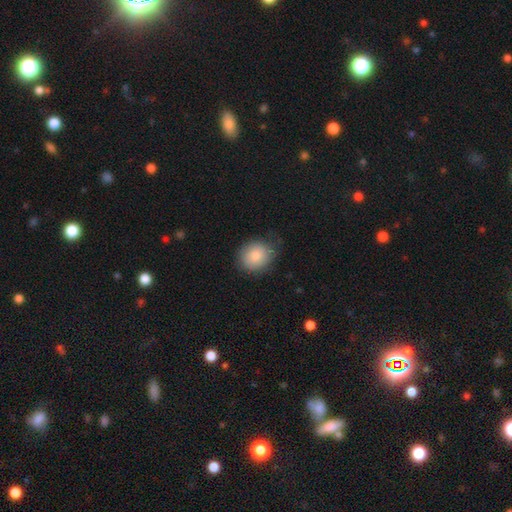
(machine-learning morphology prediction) smooth 82%, featured or disk 10%, star or artifact 8%. Down the decision tree: how rounded — round (67%); merging — none (71%).